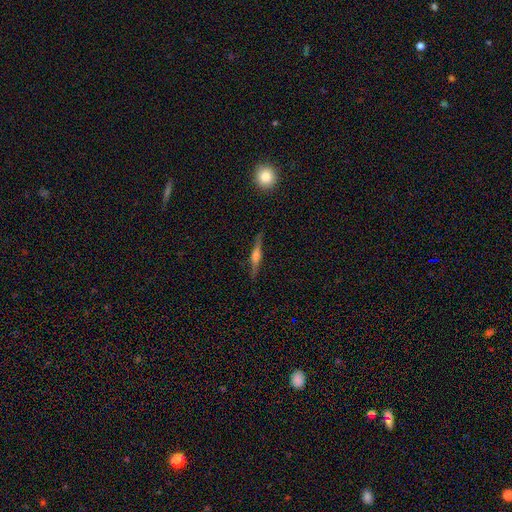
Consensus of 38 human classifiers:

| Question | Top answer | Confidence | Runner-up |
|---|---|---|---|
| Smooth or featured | featured or disk | 89% | smooth (11%) |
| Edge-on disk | yes | 100% | — |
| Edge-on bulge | rounded | 68% | boxy (24%) |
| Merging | none | 79% | minor disturbance (13%) |